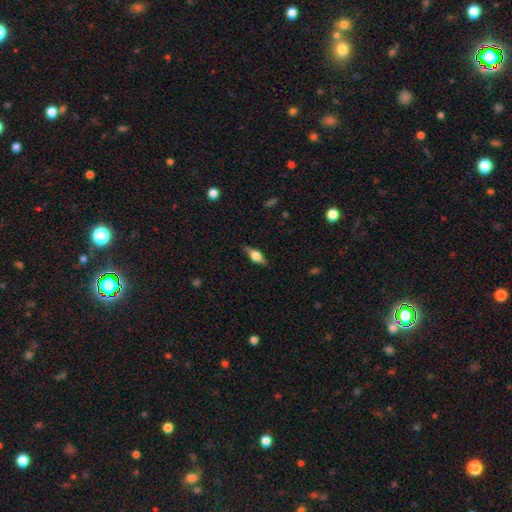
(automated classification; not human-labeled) This appears to be a smooth galaxy with no disk features (52%) that is in between round and cigar-shaped (70%). Merging: none (80%).